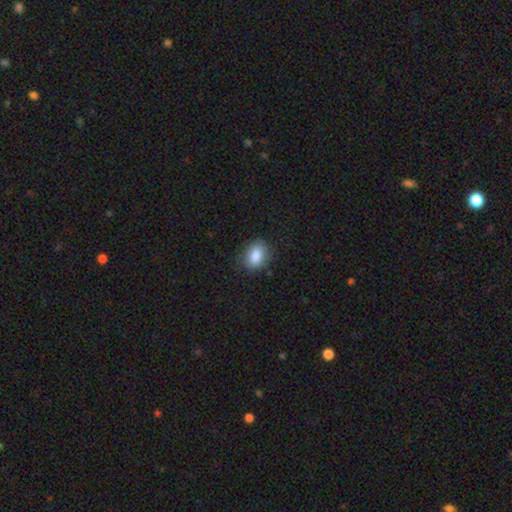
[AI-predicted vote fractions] smooth 86%, star or artifact 8%, featured or disk 7%. Down the decision tree: how rounded — in between (76%); merging — none (77%).